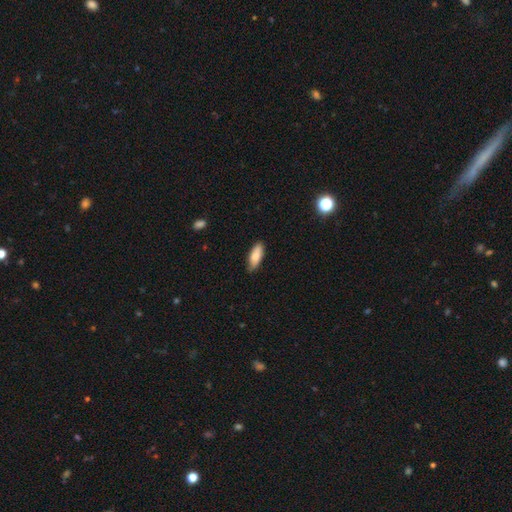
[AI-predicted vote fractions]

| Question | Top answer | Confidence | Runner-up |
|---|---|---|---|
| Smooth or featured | smooth | 81% | featured or disk (12%) |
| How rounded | in between | 71% | cigar-shaped (27%) |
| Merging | none | 80% | minor disturbance (16%) |